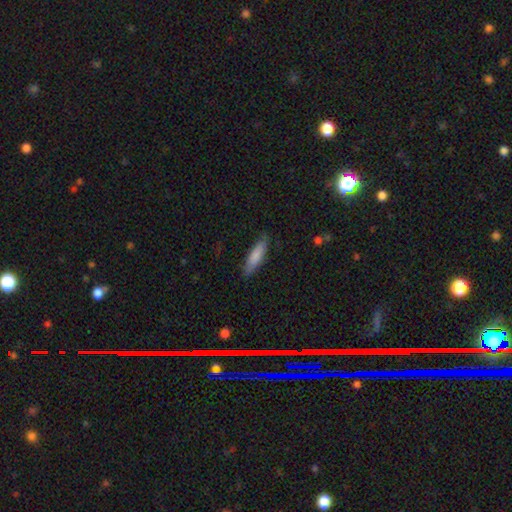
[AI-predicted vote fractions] smooth-or-featured: smooth: 81% | featured or disk: 13% | star or artifact: 5%
  how-rounded: cigar-shaped: 67% | in between: 31% | round: 1%
  merging: none: 83% | minor disturbance: 14% | major disturbance: 2% | merger: 1%